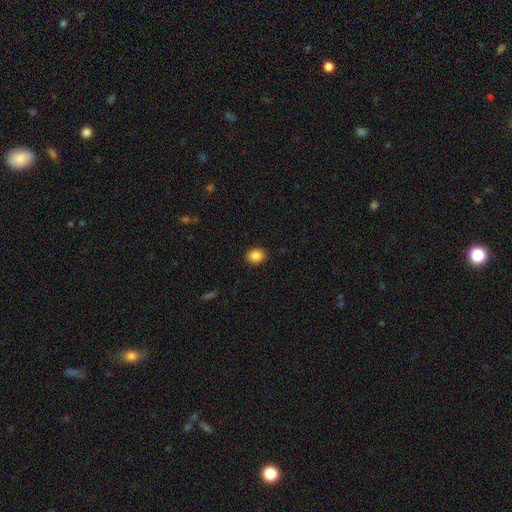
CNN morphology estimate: Smooth or featured?
  - smooth: 87% *
  - star or artifact: 9%
  - featured or disk: 5%
How rounded?
  - round: 54% *
  - in between: 45%
  - cigar-shaped: 1%
Merging?
  - none: 91% *
  - minor disturbance: 6%
  - major disturbance: 2%
  - merger: 1%